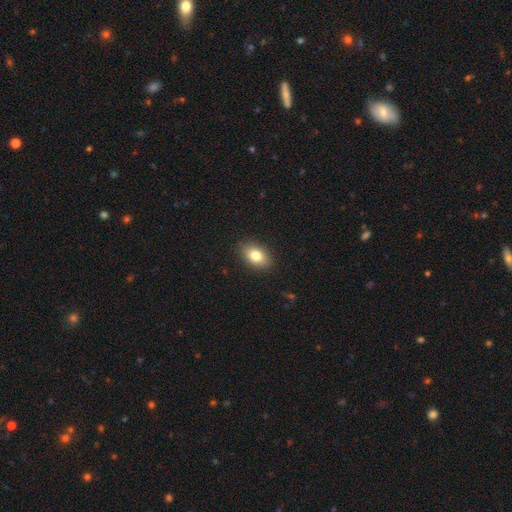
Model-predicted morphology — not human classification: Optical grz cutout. It shows a smooth galaxy with no disk features (81%) that is in between round and cigar-shaped (85%). Merging: none (88%).